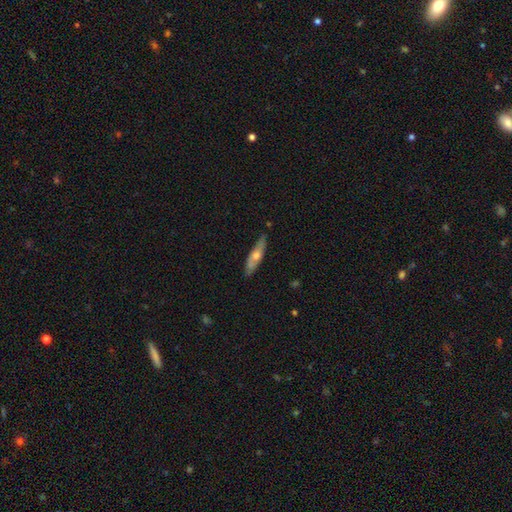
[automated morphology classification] type=featured or disk (53%); edge-on=yes (66%); merging=none (82%).